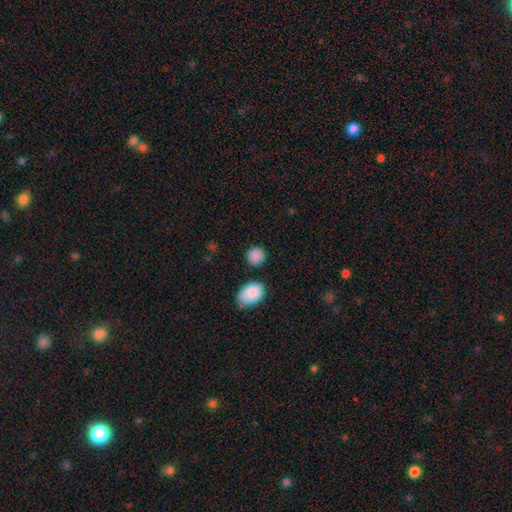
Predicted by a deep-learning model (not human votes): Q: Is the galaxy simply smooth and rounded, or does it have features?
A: smooth — 87%.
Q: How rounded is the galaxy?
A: round — 83%.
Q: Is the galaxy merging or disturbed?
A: none — 80%.